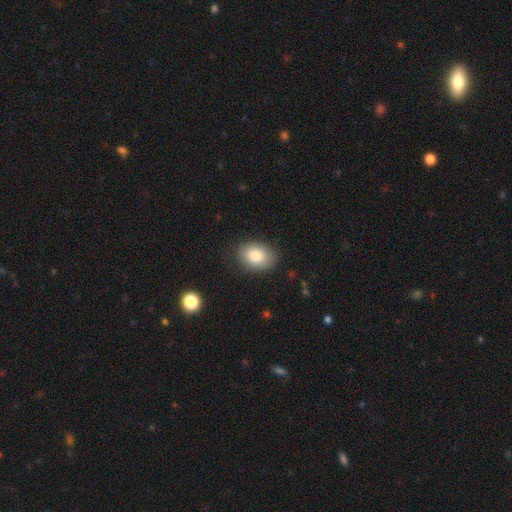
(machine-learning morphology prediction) Overall: smooth (83%). How rounded: in between (76%). Merging: none (84%).